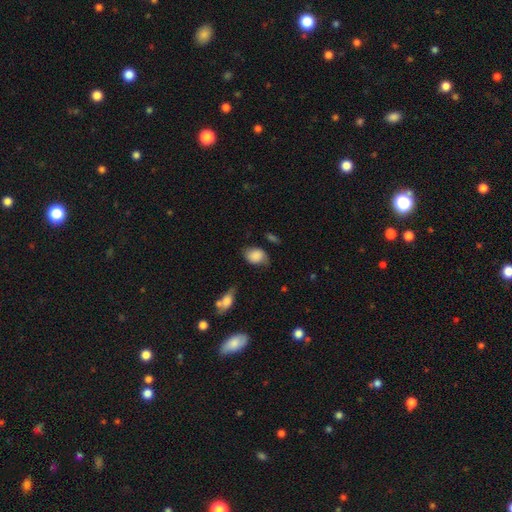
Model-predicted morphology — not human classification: This is likely a smooth galaxy (79%). How rounded: likely in between (66%). Merging: possibly none (56%).